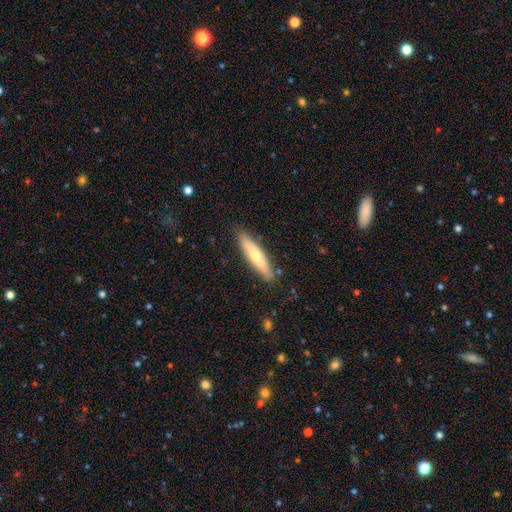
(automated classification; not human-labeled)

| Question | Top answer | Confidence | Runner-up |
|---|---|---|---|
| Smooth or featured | smooth | 58% | featured or disk (36%) |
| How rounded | cigar-shaped | 81% | in between (18%) |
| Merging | none | 87% | minor disturbance (10%) |